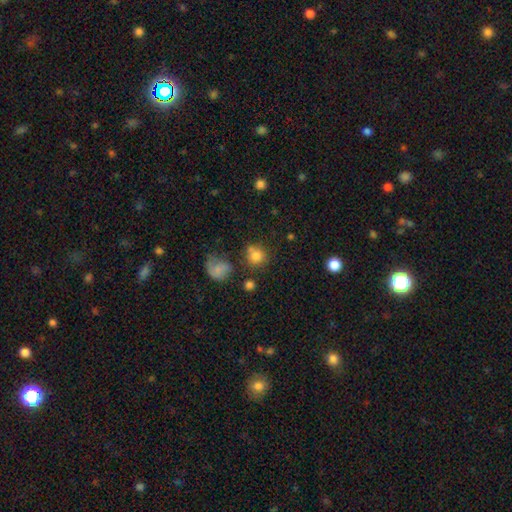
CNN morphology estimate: smooth_or_featured: smooth (p=0.80) [alt: star or artifact p=0.12]
how_rounded: round (p=0.82) [alt: in between p=0.17]
merging: none (p=0.61) [alt: minor disturbance p=0.17]